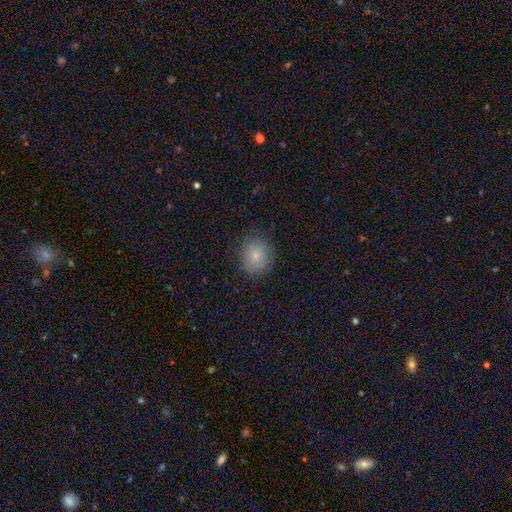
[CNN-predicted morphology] The model was most divided on "how rounded": round: 75%, in between: 24%, cigar-shaped: 1%. More confident: merging — none (81%); smooth or featured — smooth (79%).